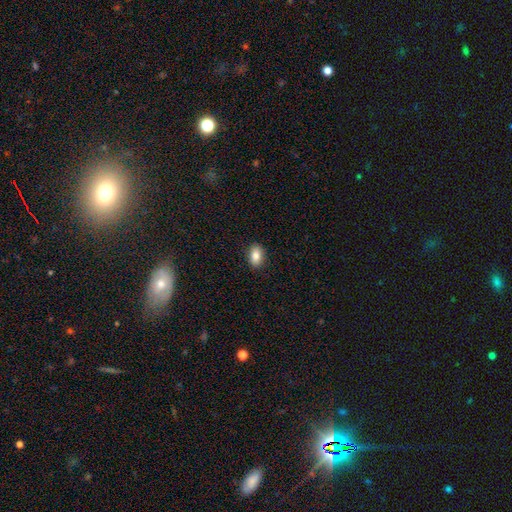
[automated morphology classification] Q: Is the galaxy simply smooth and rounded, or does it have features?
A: smooth — 84%.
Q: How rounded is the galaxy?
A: in between — 87%.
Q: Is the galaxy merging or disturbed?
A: none — 90%.